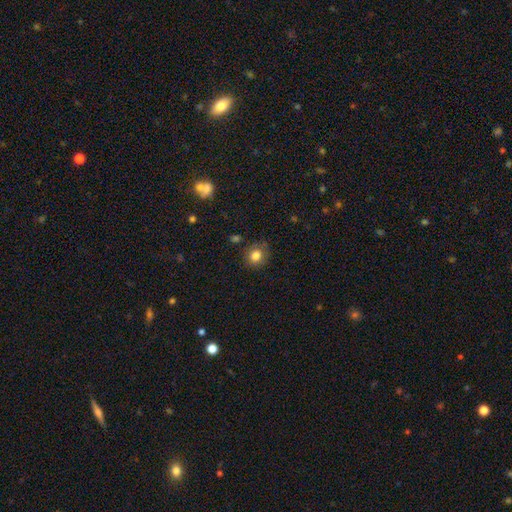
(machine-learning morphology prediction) A smooth galaxy with no disk features (80%) that is round (74%). Merging: none (79%).